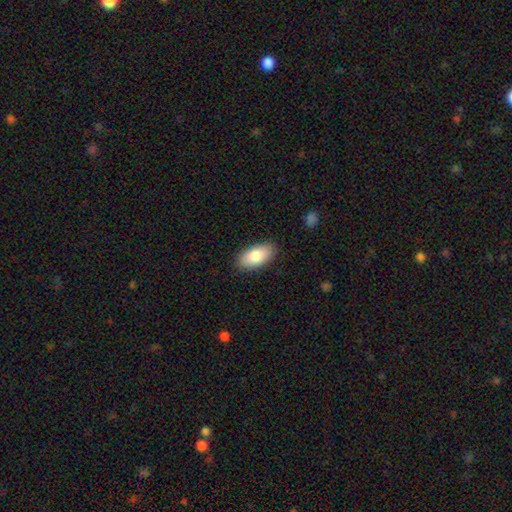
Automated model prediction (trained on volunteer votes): This is clearly a smooth galaxy (85%). How rounded: clearly in between (94%). Merging: clearly none (87%).